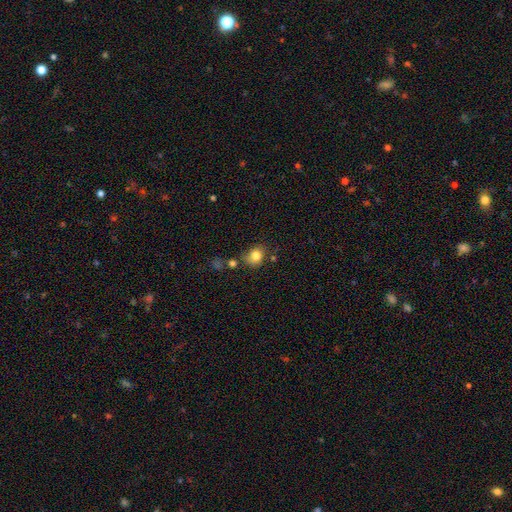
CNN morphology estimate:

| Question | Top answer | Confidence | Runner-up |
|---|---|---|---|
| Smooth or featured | smooth | 82% | star or artifact (11%) |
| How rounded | round | 66% | in between (33%) |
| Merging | none | 67% | minor disturbance (19%) |